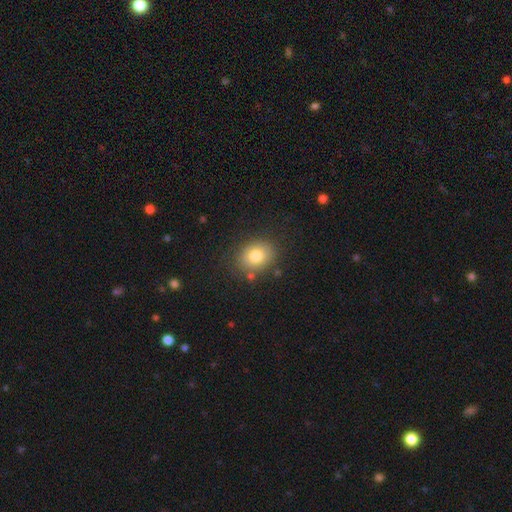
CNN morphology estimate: smooth 79%, featured or disk 11%, star or artifact 10%. Down the decision tree: how rounded — in between (52%); merging — none (82%).